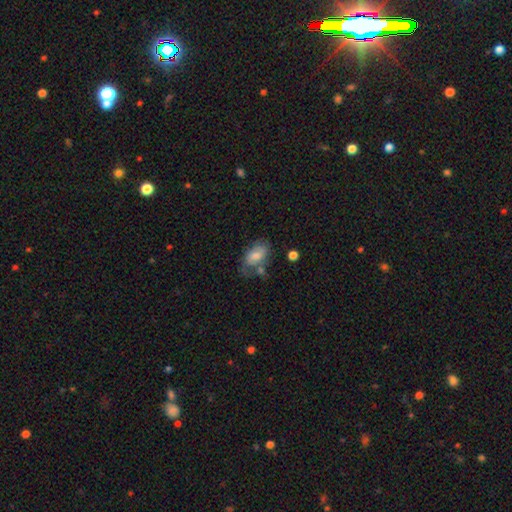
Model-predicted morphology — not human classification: Smooth or featured: smooth — 66% (featured or disk — 26%)
How rounded: in between — 89% (round — 9%)
Merging: none — 43% (minor disturbance — 27%)